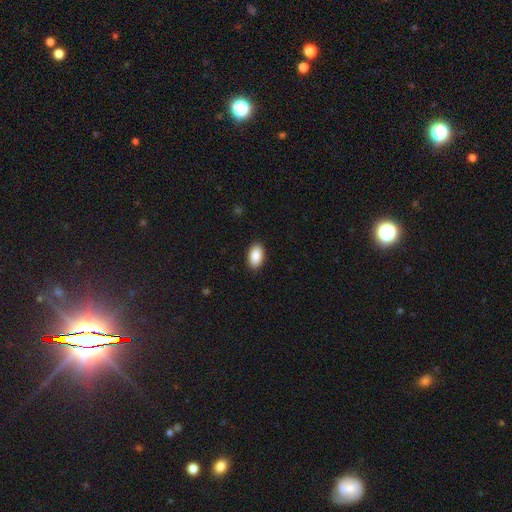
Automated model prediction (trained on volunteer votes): This appears to be a smooth galaxy with no disk features (89%) that is in between round and cigar-shaped (94%). Merging: none (90%).